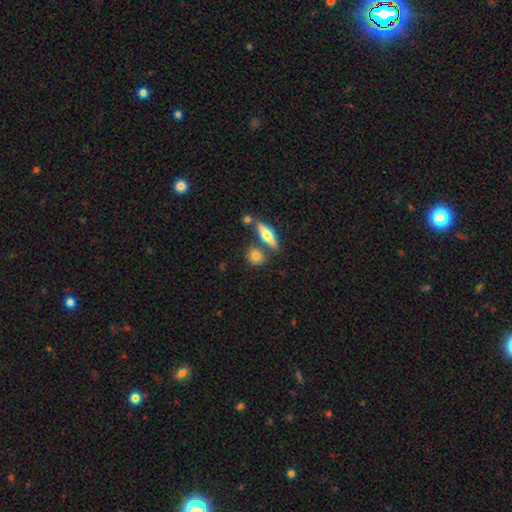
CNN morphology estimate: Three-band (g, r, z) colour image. It shows a smooth galaxy with no disk features (72%) that is round (57%). Merging: none (69%).